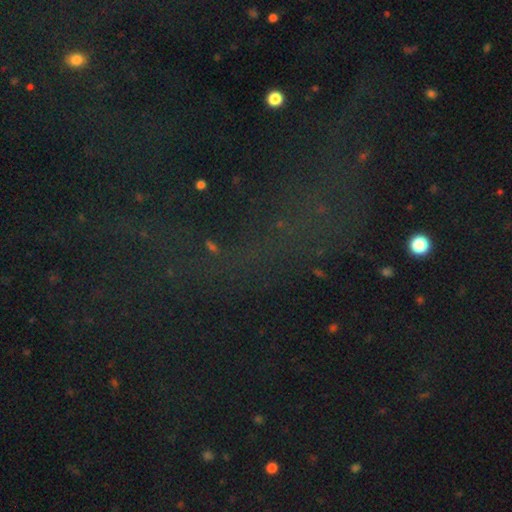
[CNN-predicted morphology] type=star or artifact (68%).